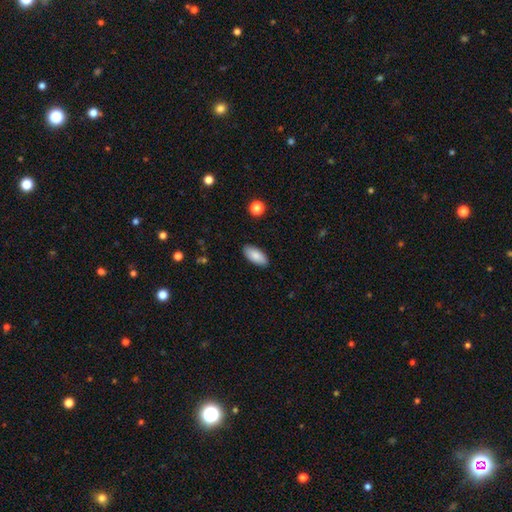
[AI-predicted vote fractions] Overall: smooth (86%). How rounded: in between (91%). Merging: none (89%).